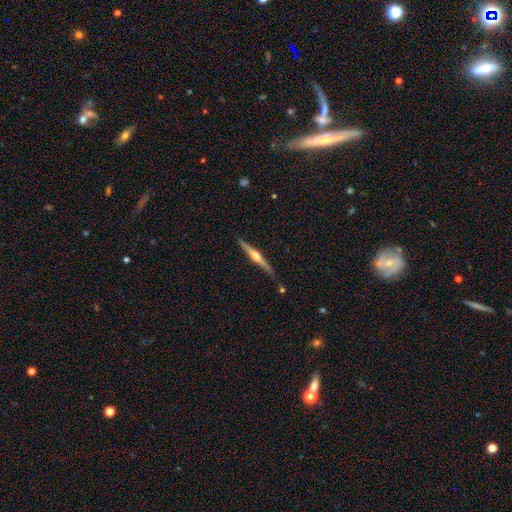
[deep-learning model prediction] Smooth or featured? Predicted: featured or disk (p=0.74). Edge-on disk? Predicted: yes (p=0.98). Edge-on bulge? Predicted: rounded (p=0.91). Merging? Predicted: none (p=0.82).